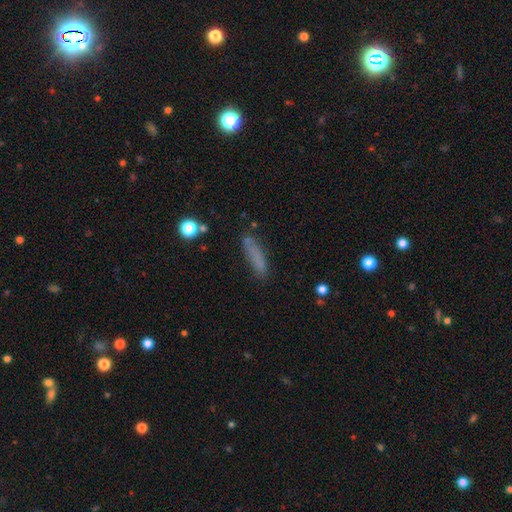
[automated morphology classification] This appears to be a smooth galaxy with no disk features (74%) that is cigar-shaped (75%). Merging: none (73%).